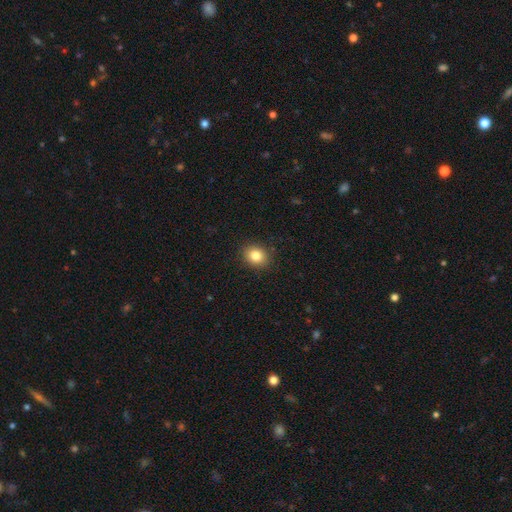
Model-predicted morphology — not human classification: Smooth or featured: smooth — 83% (star or artifact — 11%)
How rounded: round — 69% (in between — 31%)
Merging: none — 90% (minor disturbance — 7%)